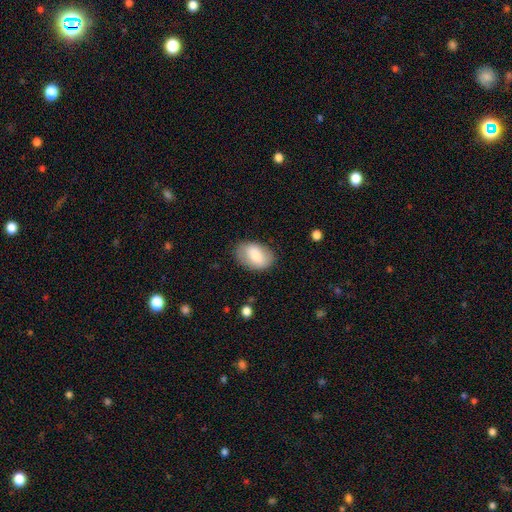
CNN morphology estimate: This is likely a smooth galaxy (72%). How rounded: clearly in between (88%). Merging: clearly none (81%).